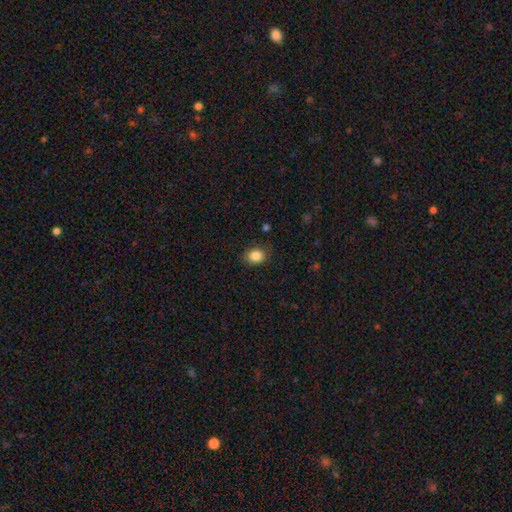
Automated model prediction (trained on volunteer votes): Smooth or featured? Predicted: smooth (p=0.85). How rounded? Predicted: round (p=0.56). Merging? Predicted: none (p=0.81).